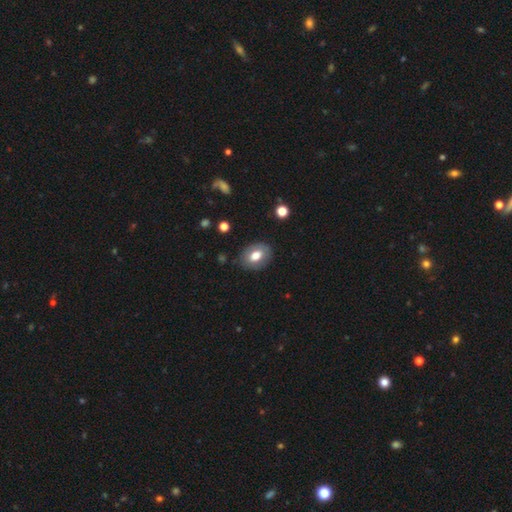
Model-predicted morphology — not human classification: smooth_or_featured: smooth (p=0.70) [alt: featured or disk p=0.23]
how_rounded: in between (p=0.76) [alt: round p=0.23]
merging: none (p=0.82) [alt: minor disturbance p=0.13]